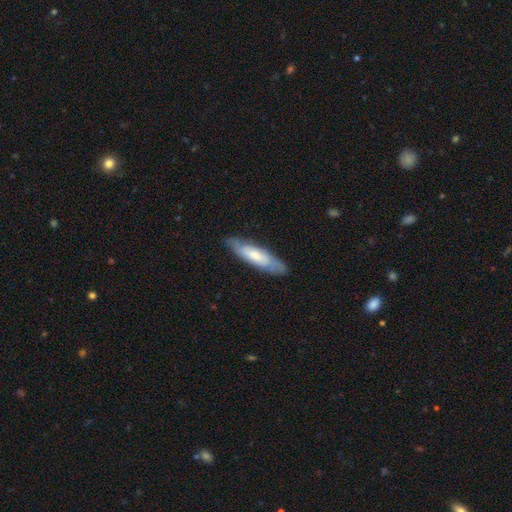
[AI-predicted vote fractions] This is possibly a smooth galaxy (51%). How rounded: likely cigar-shaped (65%). Merging: clearly none (80%).